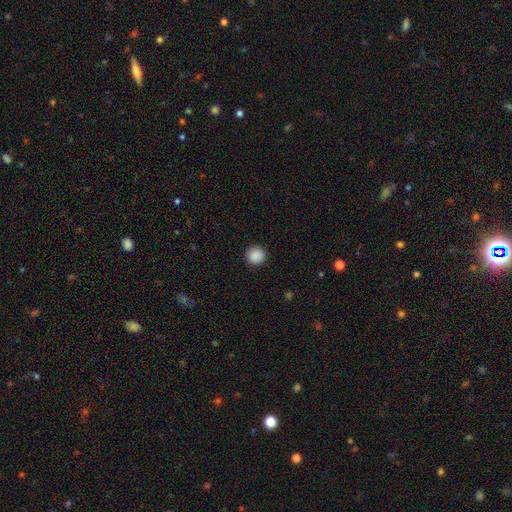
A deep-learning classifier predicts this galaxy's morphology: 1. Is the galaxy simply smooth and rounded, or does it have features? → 89% smooth, 9% star or artifact, 2% featured or disk.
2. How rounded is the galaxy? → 94% round, 5% in between, 1% cigar-shaped.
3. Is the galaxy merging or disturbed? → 92% none, 5% minor disturbance, 2% major disturbance, 1% merger.